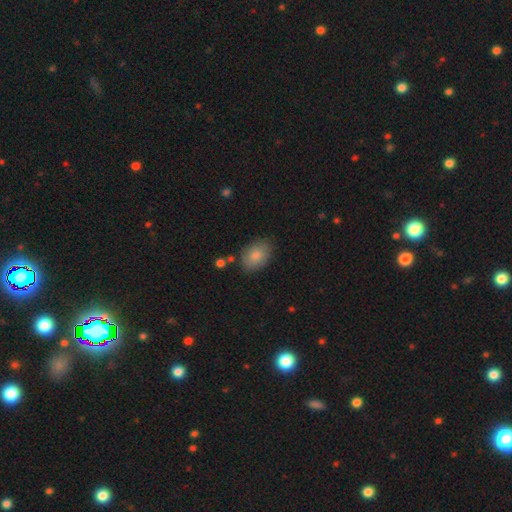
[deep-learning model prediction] Smooth or featured?
  - smooth: 83% *
  - featured or disk: 10%
  - star or artifact: 7%
How rounded?
  - in between: 80% *
  - round: 19%
  - cigar-shaped: 1%
Merging?
  - none: 78% *
  - minor disturbance: 16%
  - major disturbance: 4%
  - merger: 3%